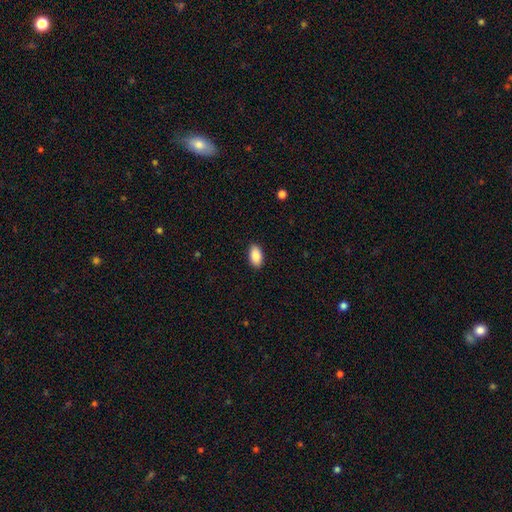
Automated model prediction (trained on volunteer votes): A smooth galaxy with no disk features (89%) that is in between round and cigar-shaped (94%). Merging: none (89%).